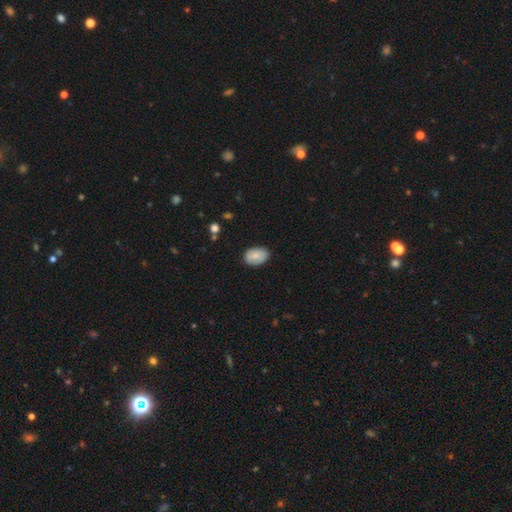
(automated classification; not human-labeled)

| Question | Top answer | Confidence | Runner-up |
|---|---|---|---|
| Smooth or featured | smooth | 77% | featured or disk (16%) |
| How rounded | in between | 85% | round (14%) |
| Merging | none | 79% | minor disturbance (16%) |